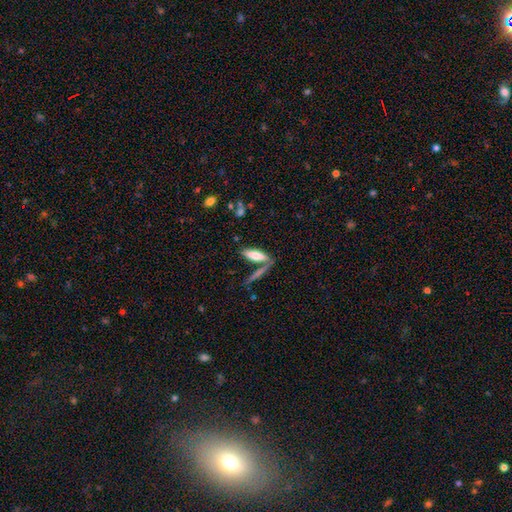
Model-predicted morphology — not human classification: This appears to be a smooth galaxy with no disk features (73%) that is cigar-shaped (53%). Merging: none (58%).